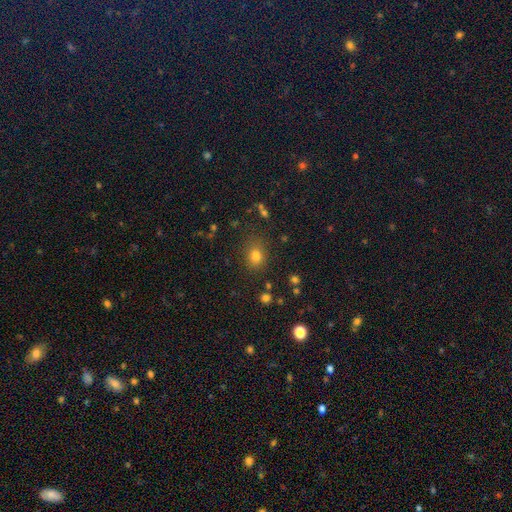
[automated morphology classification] Smooth or featured?
  - smooth: 76% *
  - star or artifact: 18%
  - featured or disk: 6%
How rounded?
  - round: 55% *
  - in between: 44%
  - cigar-shaped: 1%
Merging?
  - none: 79% *
  - minor disturbance: 13%
  - major disturbance: 5%
  - merger: 3%